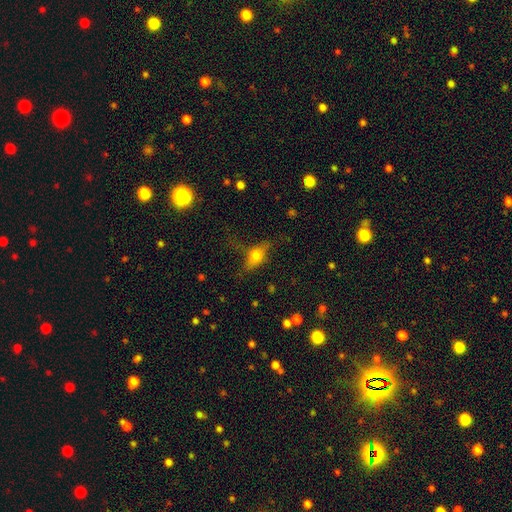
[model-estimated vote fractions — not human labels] A smooth galaxy with no disk features (55%) that is in between round and cigar-shaped (68%).

Vote fractions:
- Smooth or featured? smooth: 55% / featured or disk: 32% / star or artifact: 13%
- How rounded? in between: 68% / cigar-shaped: 17% / round: 15%
- Merging? none: 56% / minor disturbance: 24% / major disturbance: 18% / merger: 3%